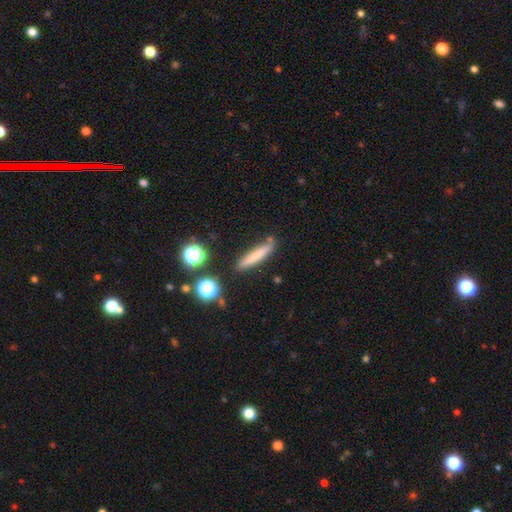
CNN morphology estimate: This appears to be a smooth galaxy with no disk features (70%) that is cigar-shaped (90%). Merging: none (80%).